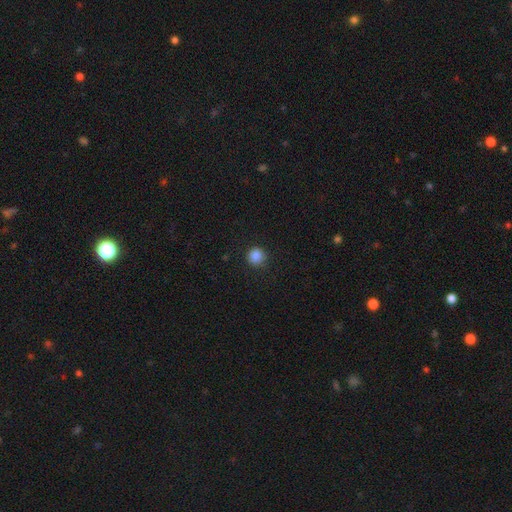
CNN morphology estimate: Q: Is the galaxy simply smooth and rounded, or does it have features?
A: smooth — 87%.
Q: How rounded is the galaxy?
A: round — 92%.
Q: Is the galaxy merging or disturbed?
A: none — 88%.